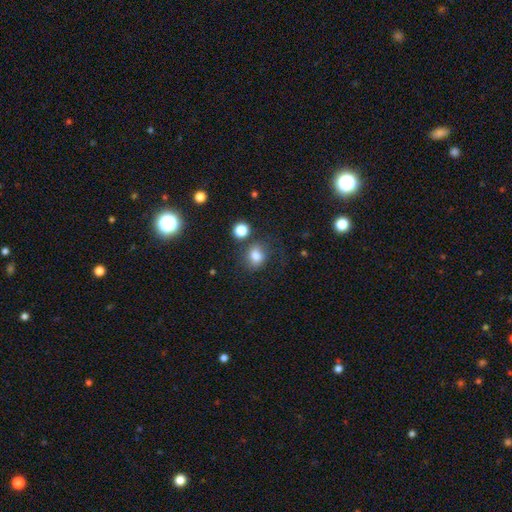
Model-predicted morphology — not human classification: A smooth galaxy with no disk features (78%) that is round (66%).

Vote fractions:
- Smooth or featured? smooth: 78% / star or artifact: 13% / featured or disk: 9%
- How rounded? round: 66% / in between: 33% / cigar-shaped: 1%
- Merging? none: 67% / minor disturbance: 16% / merger: 9% / major disturbance: 8%